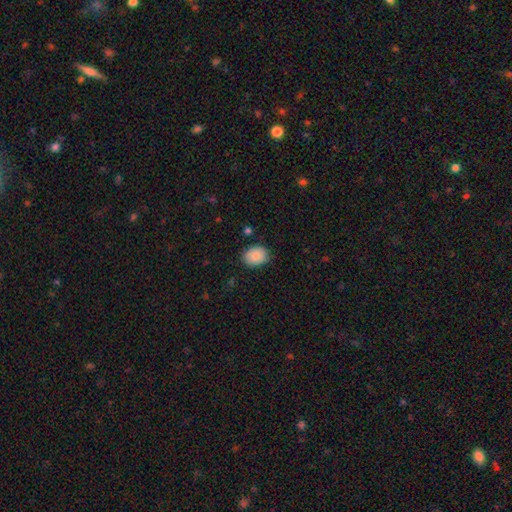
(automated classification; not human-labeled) The model was most divided on "how rounded": in between: 60%, round: 39%, cigar-shaped: 1%. More confident: smooth or featured — smooth (87%); merging — none (83%).